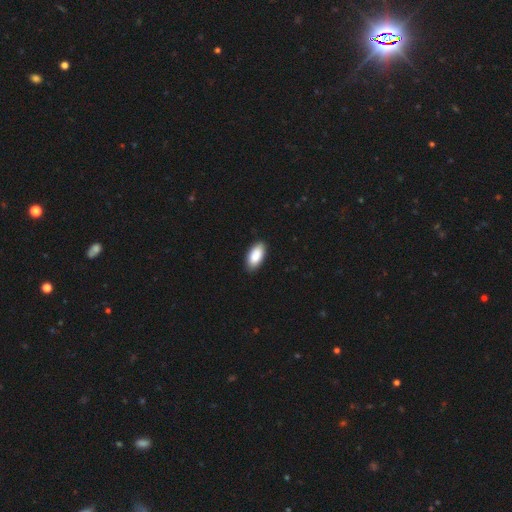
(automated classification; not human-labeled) smooth 88%, star or artifact 6%, featured or disk 6%. Down the decision tree: how rounded — in between (93%); merging — none (89%).